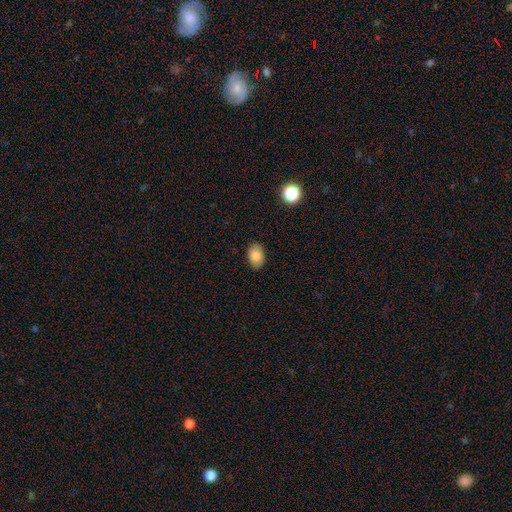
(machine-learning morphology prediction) A smooth galaxy with no disk features (85%) that is in between round and cigar-shaped (84%). Merging: none (86%).